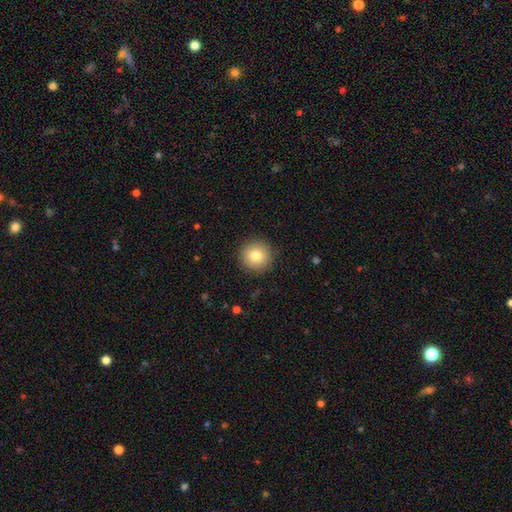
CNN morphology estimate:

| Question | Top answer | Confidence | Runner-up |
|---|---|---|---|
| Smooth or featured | smooth | 80% | star or artifact (10%) |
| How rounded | round | 95% | in between (4%) |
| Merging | none | 90% | minor disturbance (7%) |